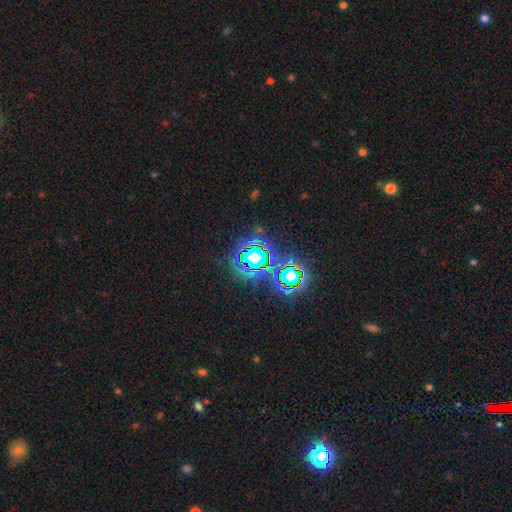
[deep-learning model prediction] smooth_or_featured: star or artifact (p=0.74) [alt: smooth p=0.14]